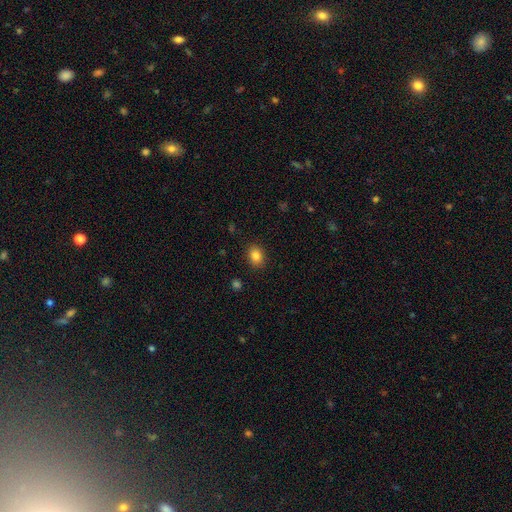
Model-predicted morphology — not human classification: smooth_or_featured: smooth (p=0.85) [alt: star or artifact p=0.10]
how_rounded: in between (p=0.56) [alt: round p=0.43]
merging: none (p=0.89) [alt: minor disturbance p=0.08]